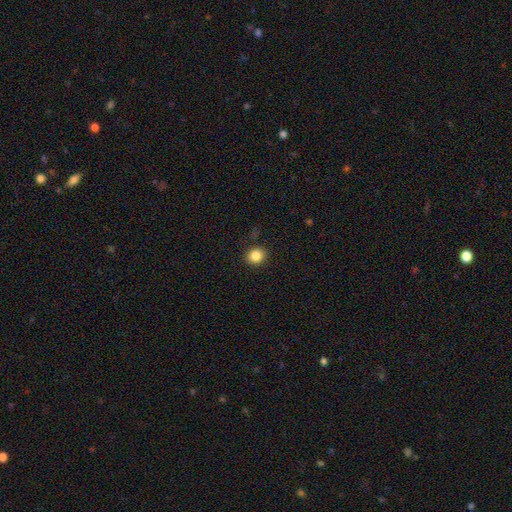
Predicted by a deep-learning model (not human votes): Q: Smooth or featured?
A: smooth (85%); runner-up: star or artifact (10%)
Q: How rounded?
A: round (78%); runner-up: in between (21%)
Q: Merging?
A: none (88%); runner-up: minor disturbance (8%)